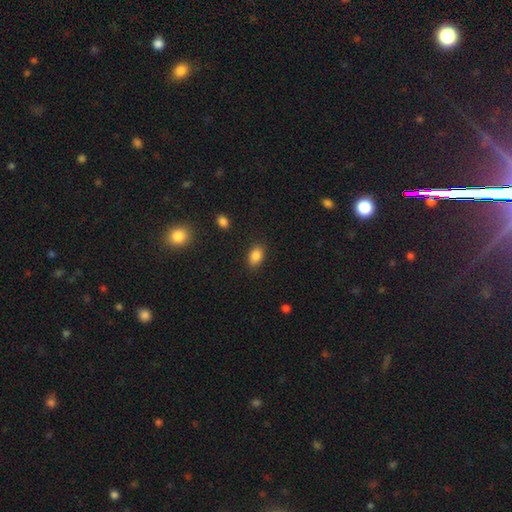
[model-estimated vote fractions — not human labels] This appears to be a smooth galaxy with no disk features (86%) that is in between round and cigar-shaped (83%). Merging: none (86%).